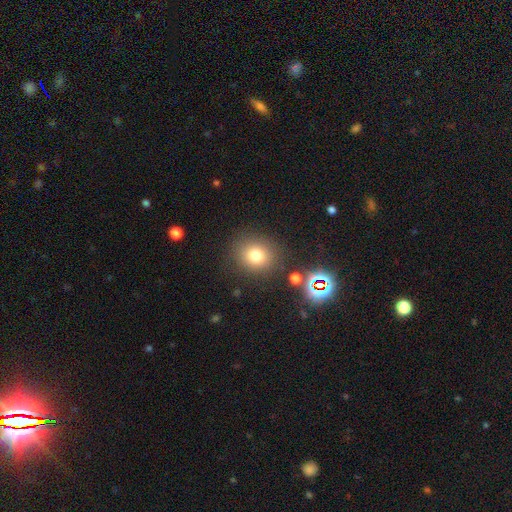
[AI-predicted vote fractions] The model was most divided on "smooth or featured": smooth: 75%, star or artifact: 16%, featured or disk: 9%. More confident: merging — none (83%); how rounded — round (80%).